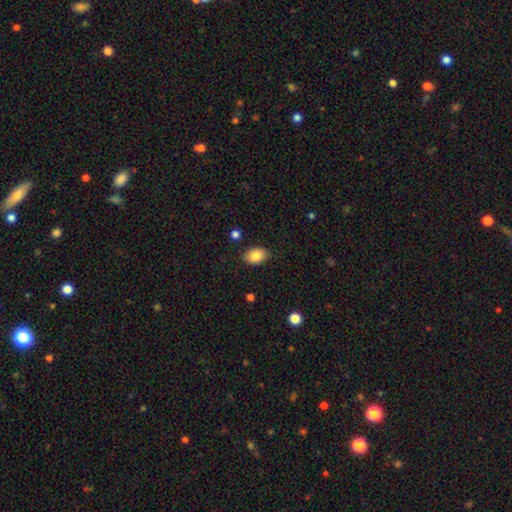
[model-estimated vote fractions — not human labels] This appears to be a smooth galaxy with no disk features (84%) that is in between round and cigar-shaped (74%). Merging: none (86%).